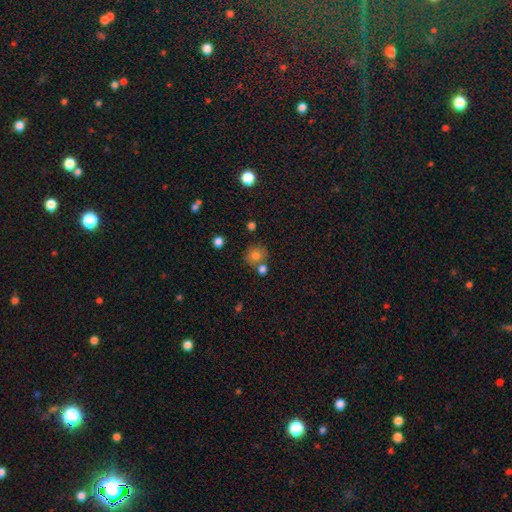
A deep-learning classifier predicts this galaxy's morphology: Smooth or featured?
  - smooth: 77% *
  - star or artifact: 13%
  - featured or disk: 10%
How rounded?
  - round: 85% *
  - in between: 14%
  - cigar-shaped: 1%
Merging?
  - none: 64% *
  - merger: 21%
  - minor disturbance: 11%
  - major disturbance: 4%